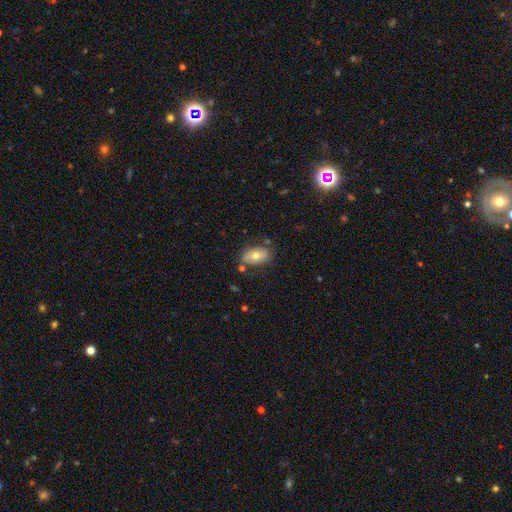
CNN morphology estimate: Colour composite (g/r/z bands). It shows a smooth galaxy with no disk features (66%) that is in between round and cigar-shaped (91%). Merging: none (74%).